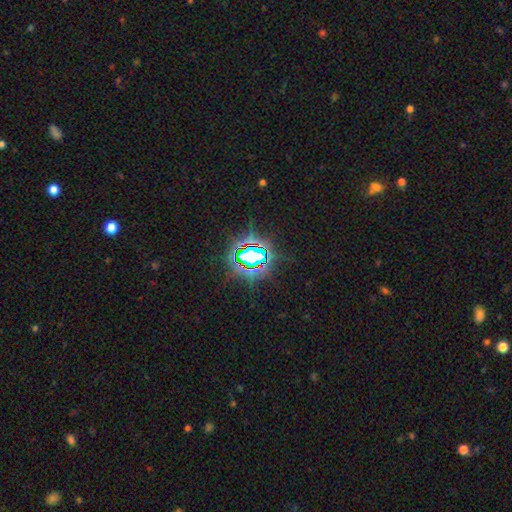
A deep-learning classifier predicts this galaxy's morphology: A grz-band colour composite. It shows a star or artifact, not a galaxy (79%).